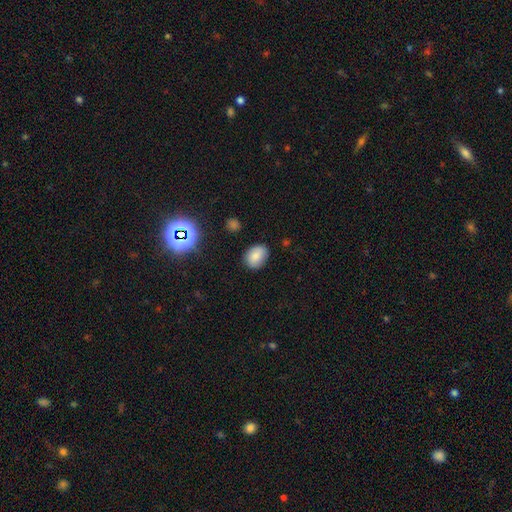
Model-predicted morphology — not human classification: This is clearly a smooth galaxy (82%). How rounded: likely in between (68%). Merging: clearly none (82%).